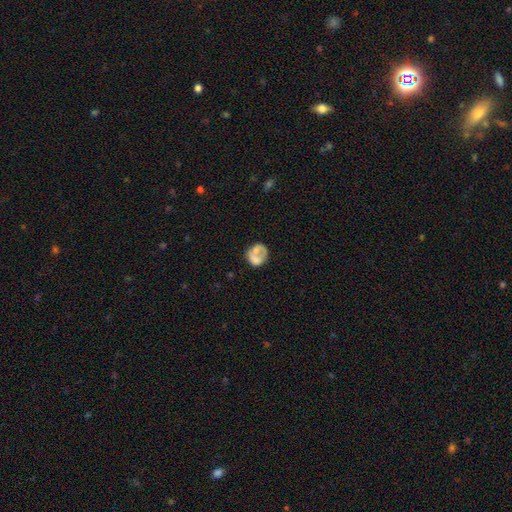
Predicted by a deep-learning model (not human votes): A smooth galaxy with no disk features (56%) that is round (71%).

Vote fractions:
- Smooth or featured? smooth: 56% / featured or disk: 36% / star or artifact: 9%
- How rounded? round: 71% / in between: 28% / cigar-shaped: 1%
- Merging? none: 44% / minor disturbance: 22% / major disturbance: 18% / merger: 17%